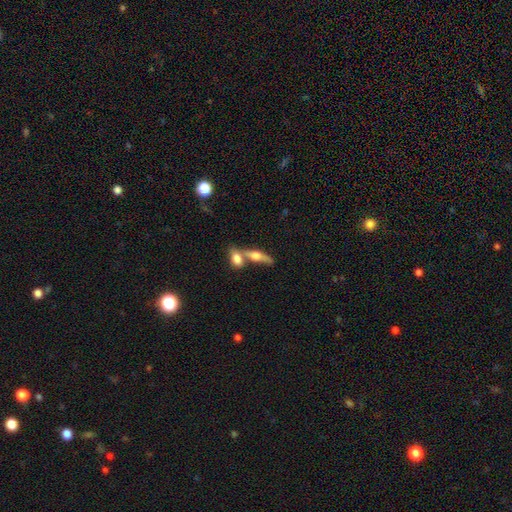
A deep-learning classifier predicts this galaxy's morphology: Q: Smooth or featured?
A: smooth (50%); runner-up: featured or disk (42%)
Q: How rounded?
A: in between (48%); runner-up: cigar-shaped (46%)
Q: Merging?
A: merger (46%); runner-up: none (40%)